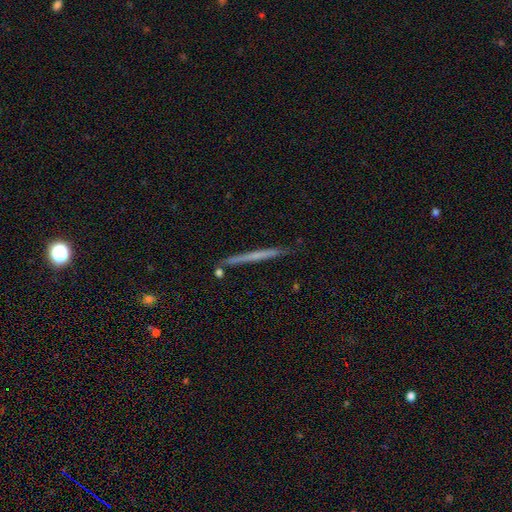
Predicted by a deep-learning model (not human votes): This appears to be a featured or disk galaxy (51%) viewed edge-on (97%). Merging: none (88%).